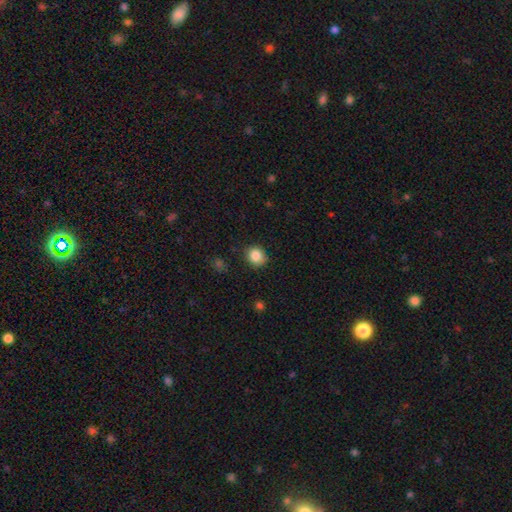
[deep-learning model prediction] This is clearly a smooth galaxy (85%). How rounded: clearly round (81%). Merging: clearly none (84%).